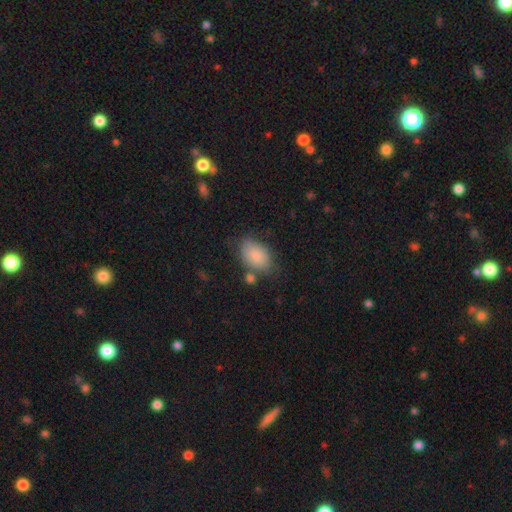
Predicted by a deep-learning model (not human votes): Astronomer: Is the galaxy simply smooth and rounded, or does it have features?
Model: smooth — 85%.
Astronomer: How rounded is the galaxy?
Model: in between — 89%.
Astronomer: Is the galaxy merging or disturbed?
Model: none — 65%.